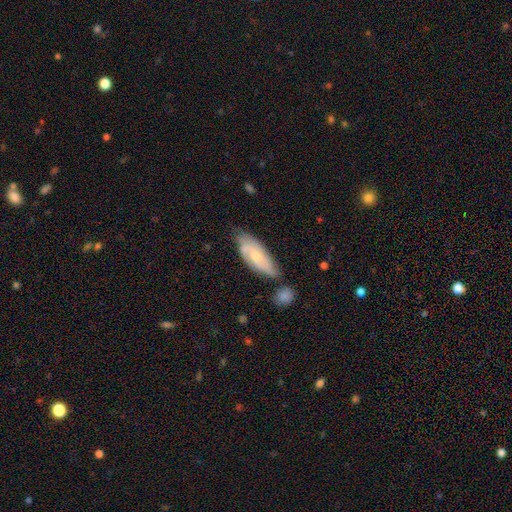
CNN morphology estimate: The model was most divided on "smooth or featured": featured or disk: 52%, smooth: 41%, star or artifact: 7%. More confident: edge-on disk — no (82%); merging — none (60%).